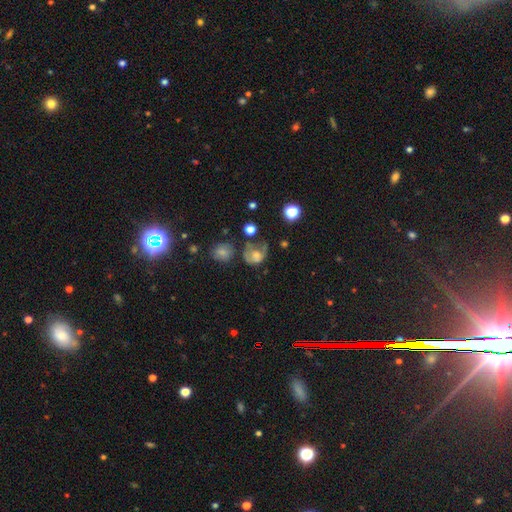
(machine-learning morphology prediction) Smooth or featured? smooth (56%)
How rounded? round (59%)
Merging? major disturbance (39%)